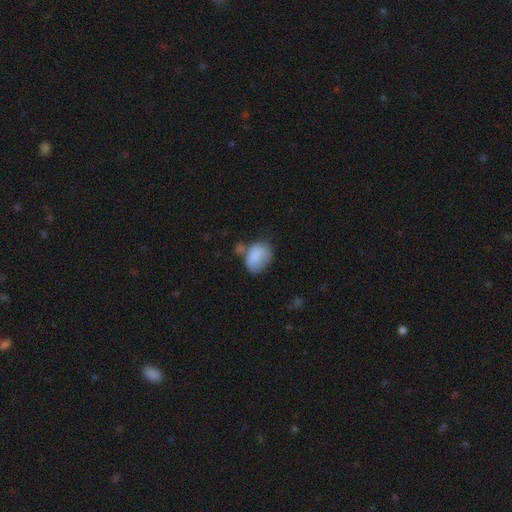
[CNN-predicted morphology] type=smooth (81%); roundness=in between (75%); merging=none (40%).